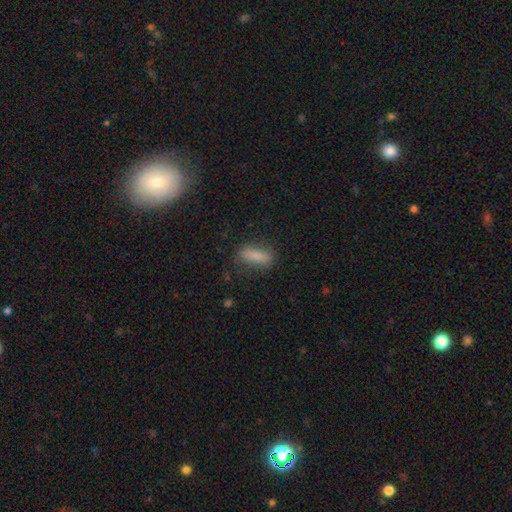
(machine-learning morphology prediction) smooth 81%, featured or disk 11%, star or artifact 8%. Down the decision tree: how rounded — in between (57%); merging — none (77%).